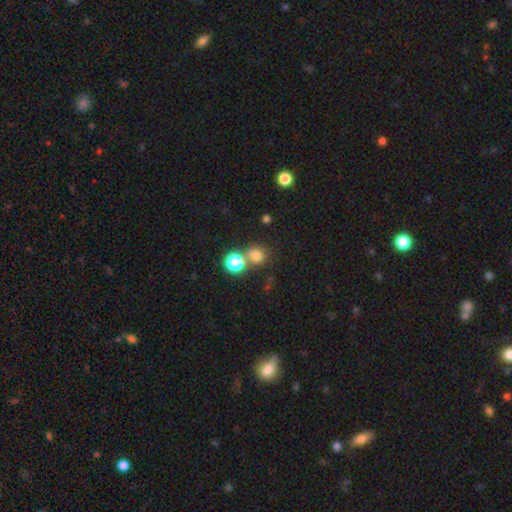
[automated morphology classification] A smooth galaxy with no disk features (72%) that is round (83%).

Vote fractions:
- Smooth or featured? smooth: 72% / star or artifact: 20% / featured or disk: 7%
- How rounded? round: 83% / in between: 16% / cigar-shaped: 1%
- Merging? none: 63% / merger: 25% / minor disturbance: 9% / major disturbance: 4%